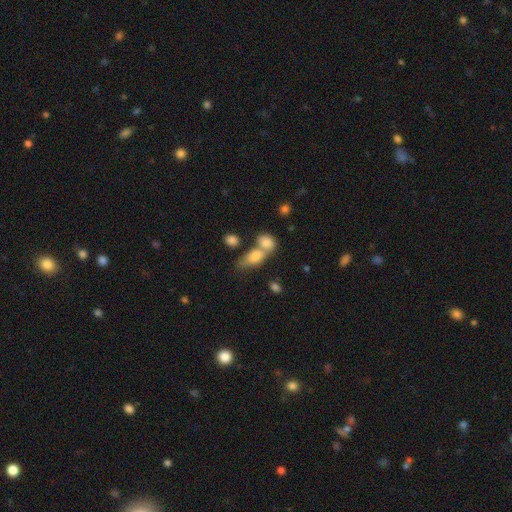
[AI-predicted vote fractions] smooth 76%, featured or disk 14%, star or artifact 10%. Down the decision tree: how rounded — in between (76%); merging — merger (53%).